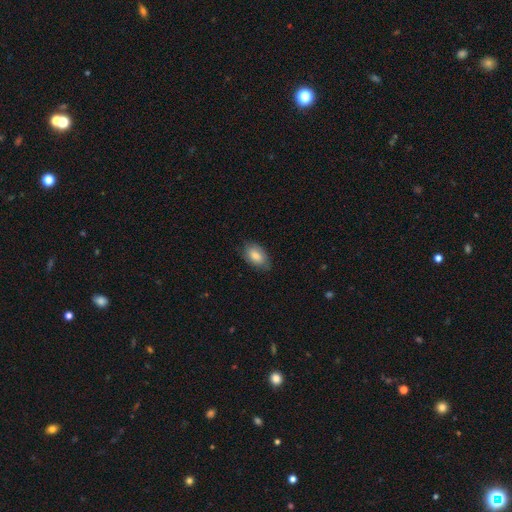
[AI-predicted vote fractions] Smooth or featured? smooth (82%)
How rounded? in between (93%)
Merging? none (78%)